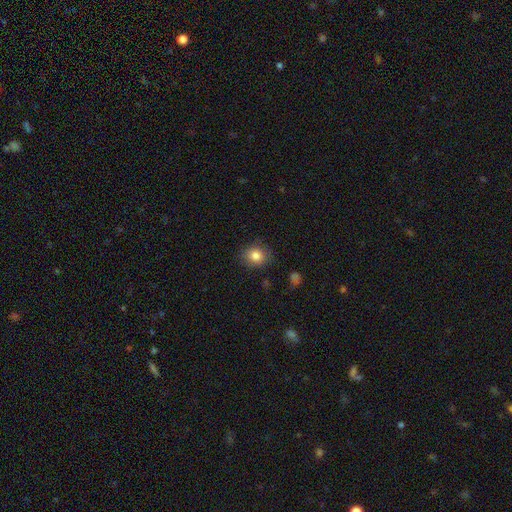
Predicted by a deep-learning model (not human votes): This is clearly a smooth galaxy (83%). How rounded: likely round (70%). Merging: clearly none (84%).